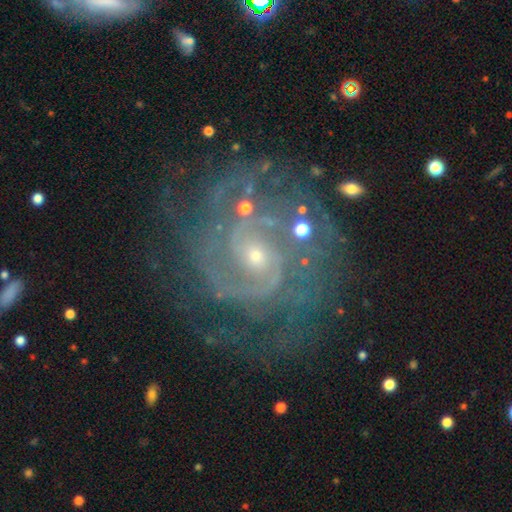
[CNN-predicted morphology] featured or disk 88%, star or artifact 7%, smooth 5%. Down the decision tree: edge-on disk — no (97%); bar — no (55%); spiral arms — yes (96%); spiral arm count — 2 (35%); spiral winding — tight (67%); bulge size — small (72%); merging — none (70%).